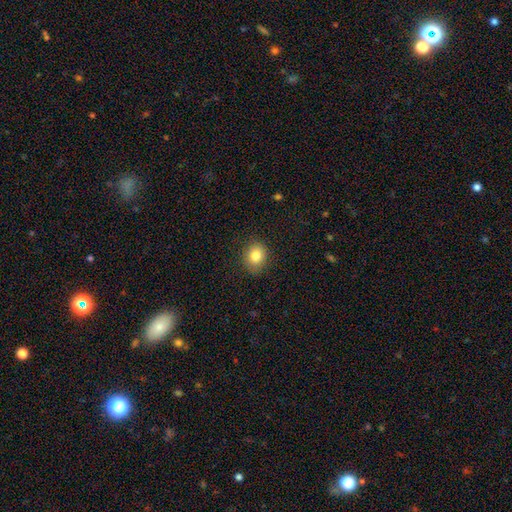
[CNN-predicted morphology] type=smooth (83%); roundness=round (62%); merging=none (85%).